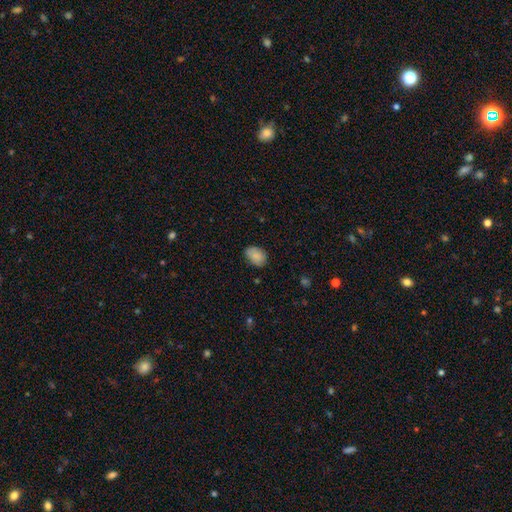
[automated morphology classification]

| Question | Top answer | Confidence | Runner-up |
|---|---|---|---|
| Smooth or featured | smooth | 85% | star or artifact (8%) |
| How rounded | in between | 80% | round (19%) |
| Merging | none | 76% | minor disturbance (20%) |